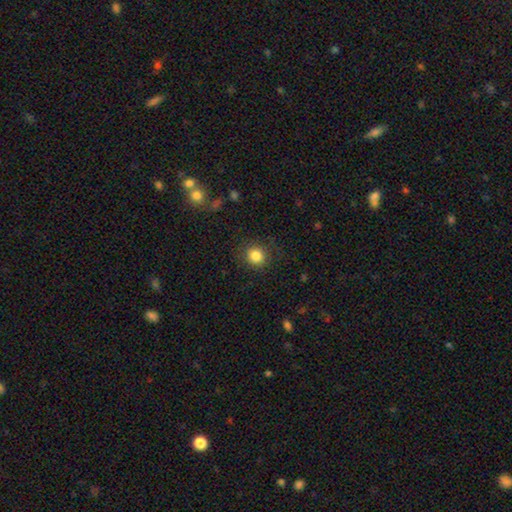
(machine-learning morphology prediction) smooth_or_featured: smooth (p=0.84) [alt: star or artifact p=0.11]
how_rounded: round (p=0.83) [alt: in between p=0.17]
merging: none (p=0.86) [alt: minor disturbance p=0.09]